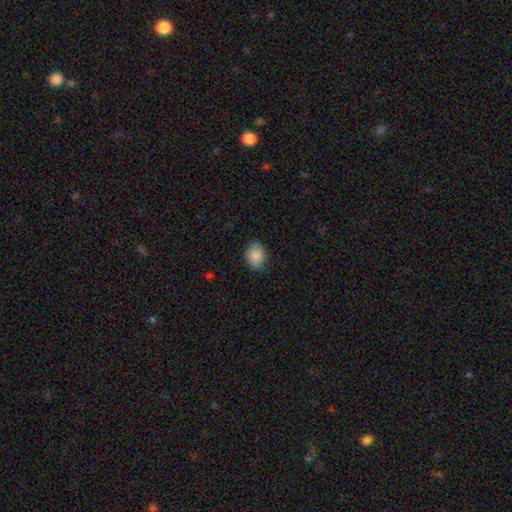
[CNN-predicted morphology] smooth_or_featured: smooth (p=0.87) [alt: star or artifact p=0.08]
how_rounded: in between (p=0.62) [alt: round p=0.37]
merging: none (p=0.76) [alt: minor disturbance p=0.20]